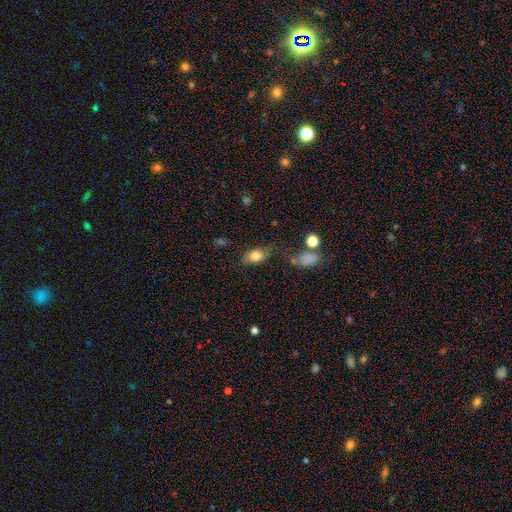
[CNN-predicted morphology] Smooth or featured? Predicted: smooth (p=0.79). How rounded? Predicted: in between (p=0.81). Merging? Predicted: none (p=0.65).